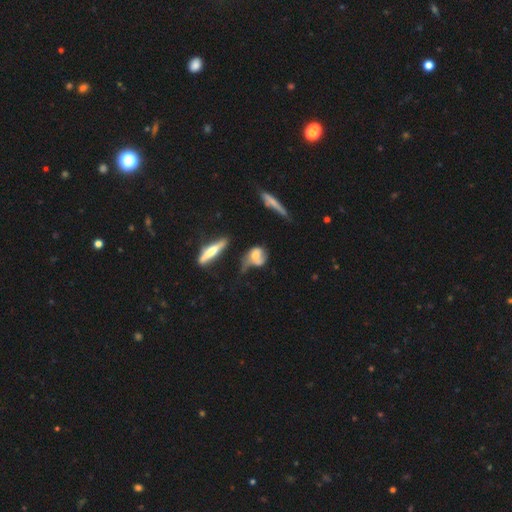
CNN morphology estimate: This appears to be a smooth galaxy with no disk features (48%). Merging: major disturbance (32%).